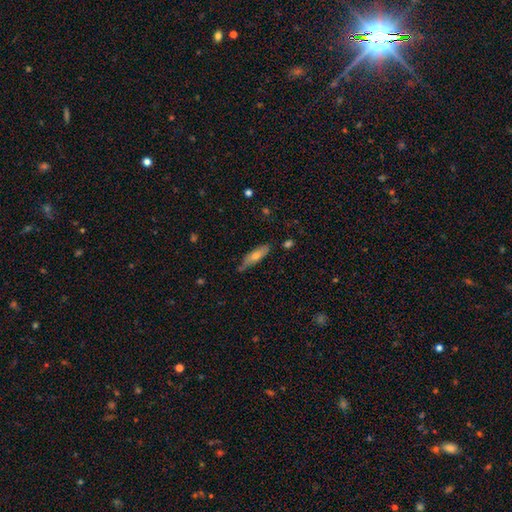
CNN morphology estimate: A smooth galaxy with no disk features (55%) that is cigar-shaped (72%).

Vote fractions:
- Smooth or featured? smooth: 55% / featured or disk: 38% / star or artifact: 7%
- How rounded? cigar-shaped: 72% / in between: 26% / round: 2%
- Merging? none: 74% / minor disturbance: 20% / major disturbance: 3% / merger: 2%